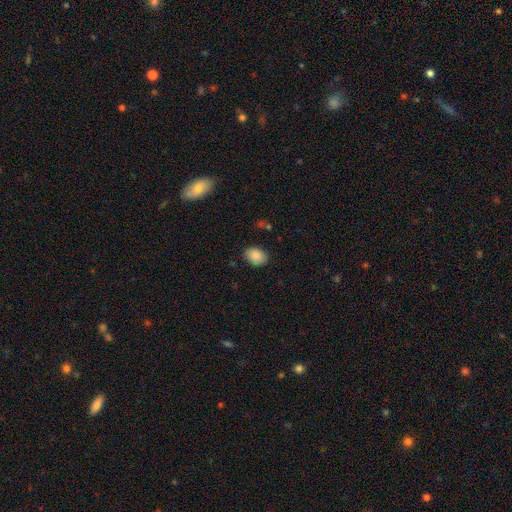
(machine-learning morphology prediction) smooth_or_featured: smooth (p=0.88) [alt: star or artifact p=0.08]
how_rounded: in between (p=0.73) [alt: round p=0.26]
merging: none (p=0.84) [alt: minor disturbance p=0.12]